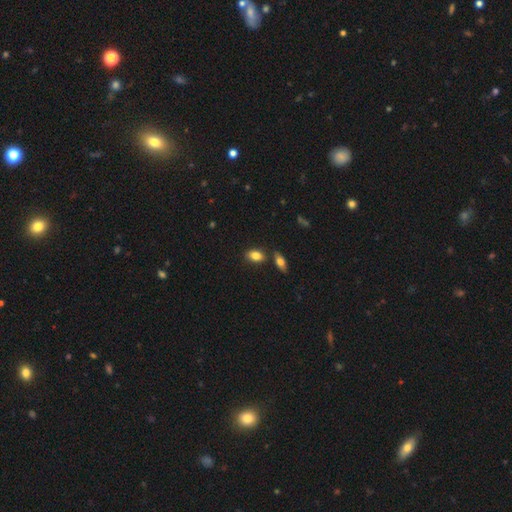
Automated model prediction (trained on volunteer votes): smooth 83%, featured or disk 9%, star or artifact 8%. Down the decision tree: how rounded — in between (87%); merging — none (71%).